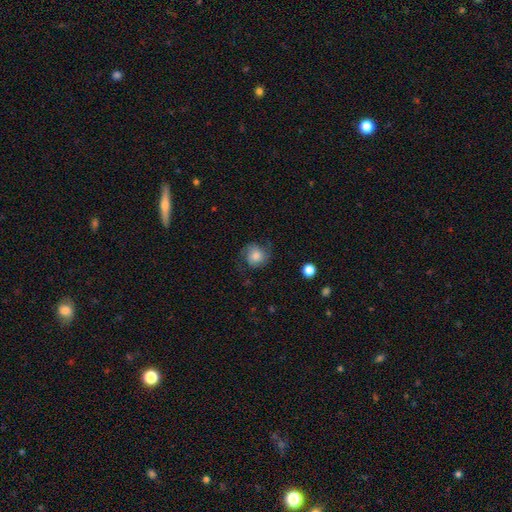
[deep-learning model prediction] The model was most divided on "smooth or featured": smooth: 56%, featured or disk: 34%, star or artifact: 9%. More confident: how rounded — round (84%); merging — none (68%).